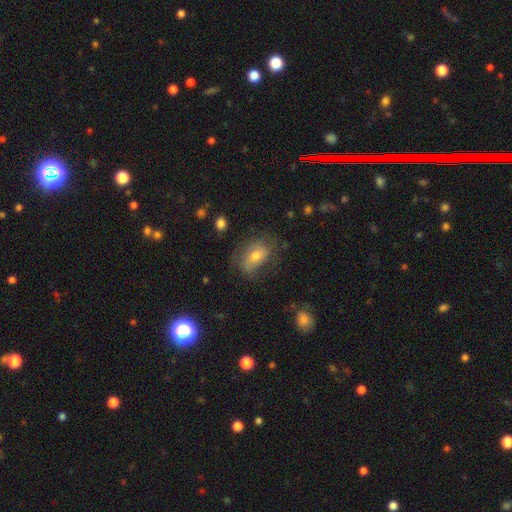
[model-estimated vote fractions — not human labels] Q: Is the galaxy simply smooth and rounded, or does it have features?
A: smooth — 57%.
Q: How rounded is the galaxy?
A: in between — 81%.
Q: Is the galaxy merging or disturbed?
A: none — 57%.